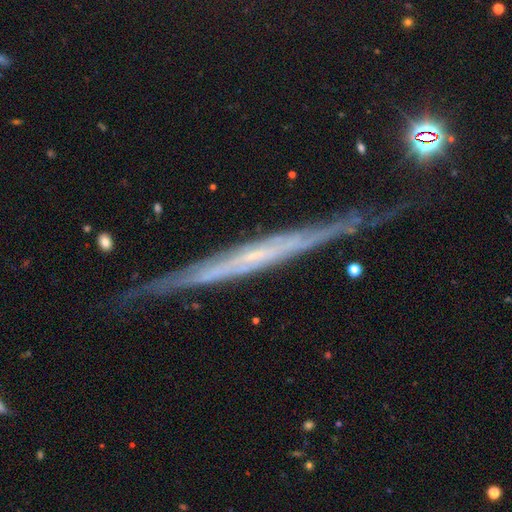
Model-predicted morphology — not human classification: The model was most divided on "merging": none: 74%, minor disturbance: 19%, major disturbance: 5%, merger: 2%. More confident: edge-on disk — yes (91%); smooth or featured — featured or disk (79%); edge-on bulge — none (74%).